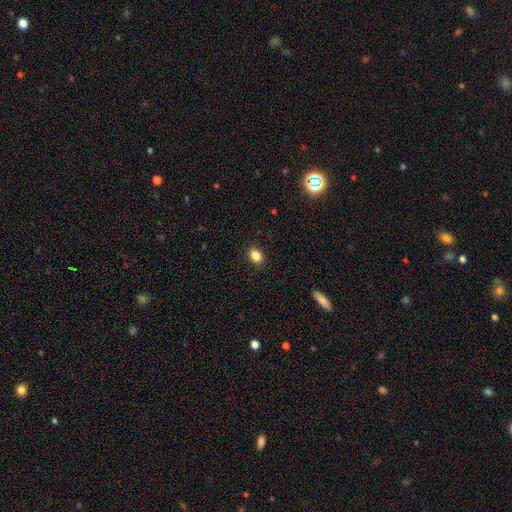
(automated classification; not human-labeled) This is clearly a smooth galaxy (86%). How rounded: likely in between (74%). Merging: clearly none (89%).